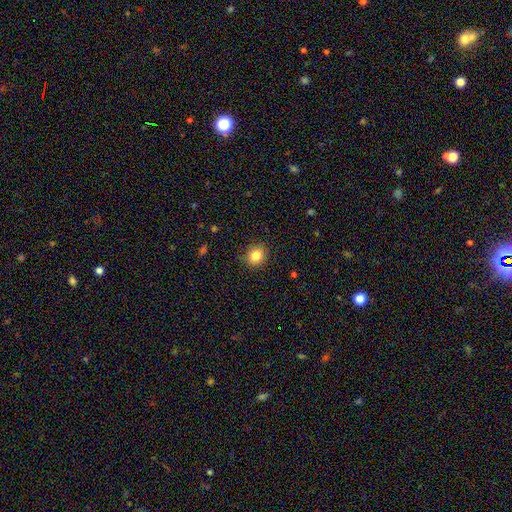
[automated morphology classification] type=smooth (84%); roundness=round (81%); merging=none (88%).